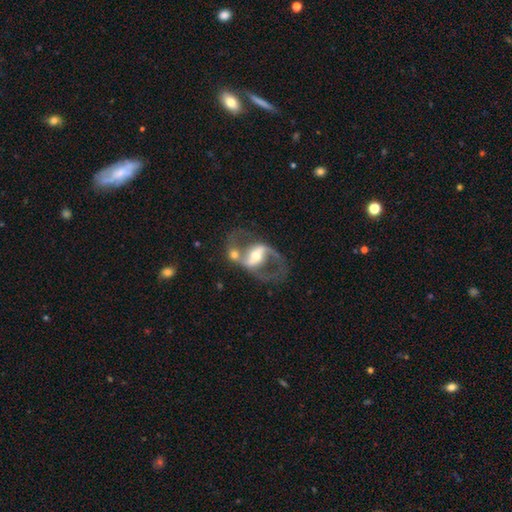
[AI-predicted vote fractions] Overall: featured or disk (86%). Edge-on disk: no (95%). Bar: strong (55%; weak 29%). Spiral arms: yes (86%). Spiral arm count: 2 (89%). Spiral winding: medium (46%; loose 45%). Bulge size: moderate (60%; small 25%). Merging: none (51%; merger 20%).